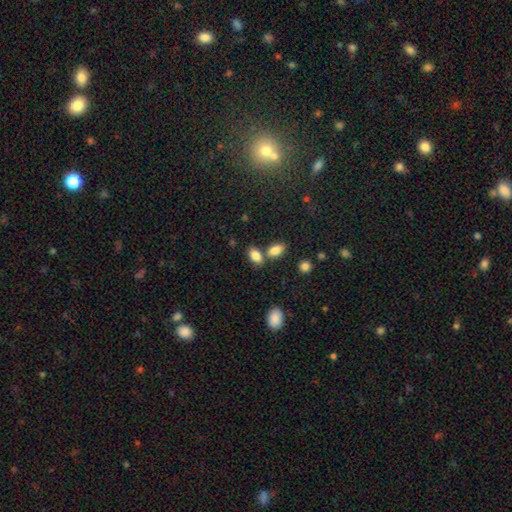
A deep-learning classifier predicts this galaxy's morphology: Smooth or featured: smooth — 84% (star or artifact — 9%)
How rounded: in between — 90% (round — 8%)
Merging: none — 59% (merger — 26%)